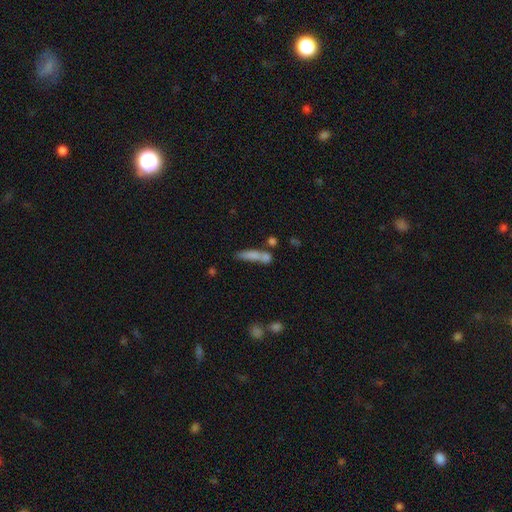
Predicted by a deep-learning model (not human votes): Morphology: type=smooth (71%); roundness=cigar-shaped (74%); merging=none (46%).